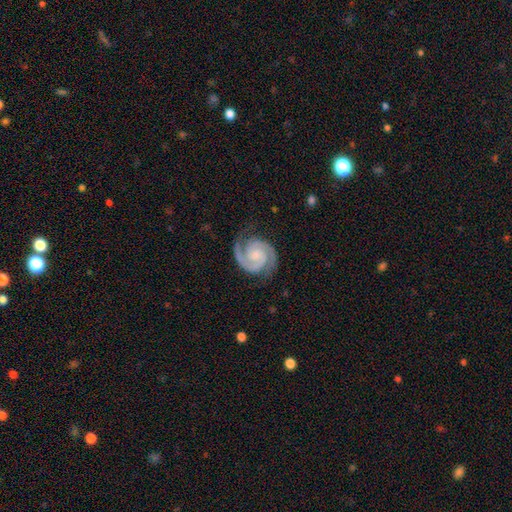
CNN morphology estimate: Q: Smooth or featured?
A: featured or disk (93%); runner-up: star or artifact (4%)
Q: Edge-on disk?
A: no (98%); runner-up: yes (2%)
Q: Bar?
A: no (63%); runner-up: weak (29%)
Q: Spiral arms?
A: yes (99%); runner-up: no (1%)
Q: Spiral winding?
A: tight (61%); runner-up: medium (36%)
Q: Spiral arm count?
A: 2 (92%); runner-up: 3 (3%)
Q: Bulge size?
A: small (55%); runner-up: moderate (27%)
Q: Merging?
A: none (81%); runner-up: minor disturbance (14%)